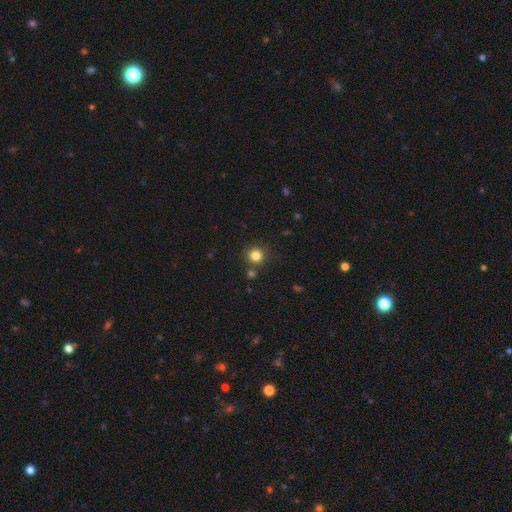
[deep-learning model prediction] Morphology: type=smooth (82%); roundness=round (94%); merging=none (83%).